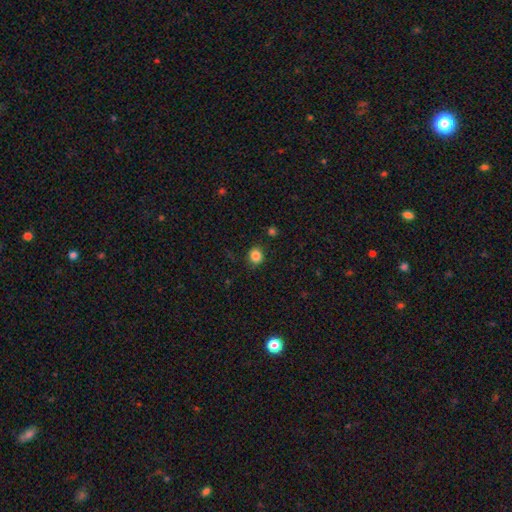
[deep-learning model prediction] Overall: smooth (85%). How rounded: round (81%). Merging: none (87%).